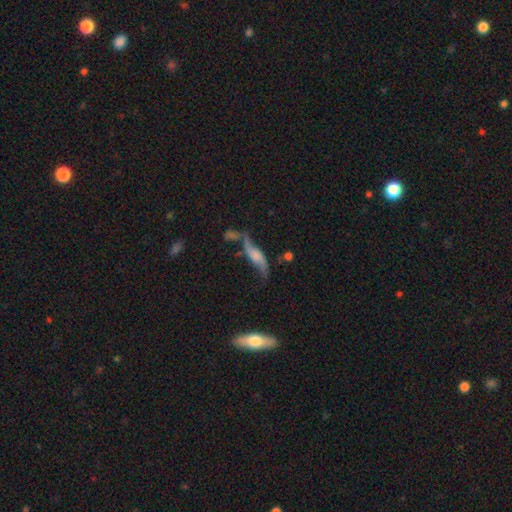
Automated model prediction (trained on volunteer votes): Overall: featured or disk (65%; smooth 27%). Edge-on disk: no (63%; yes 37%). Merging: none (46%; minor disturbance 23%).